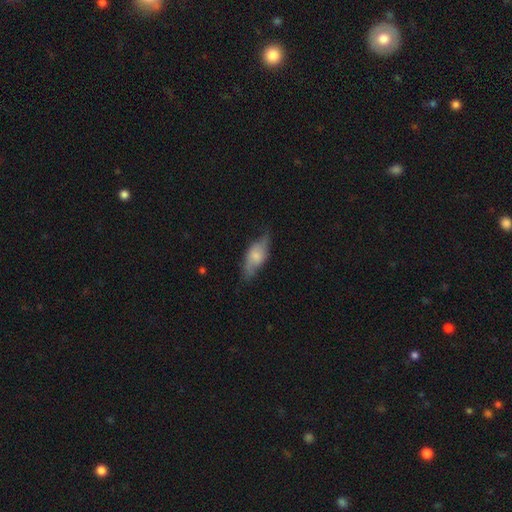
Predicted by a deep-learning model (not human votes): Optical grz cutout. It shows a smooth galaxy with no disk features (50%) that is in between round and cigar-shaped (79%). Merging: none (61%).